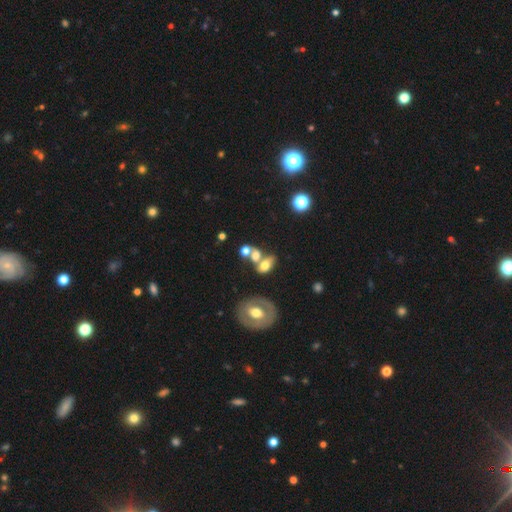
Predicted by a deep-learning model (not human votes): smooth 62%, featured or disk 25%, star or artifact 13%. Down the decision tree: how rounded — in between (70%); merging — merger (51%).